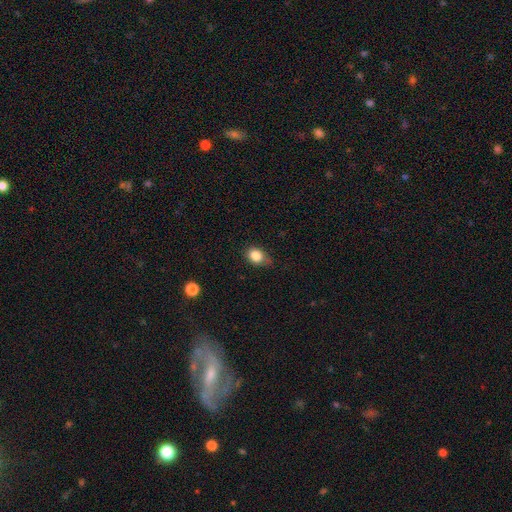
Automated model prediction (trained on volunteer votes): Smooth or featured: smooth — 84% (star or artifact — 10%)
How rounded: in between — 60% (round — 39%)
Merging: none — 65% (minor disturbance — 28%)